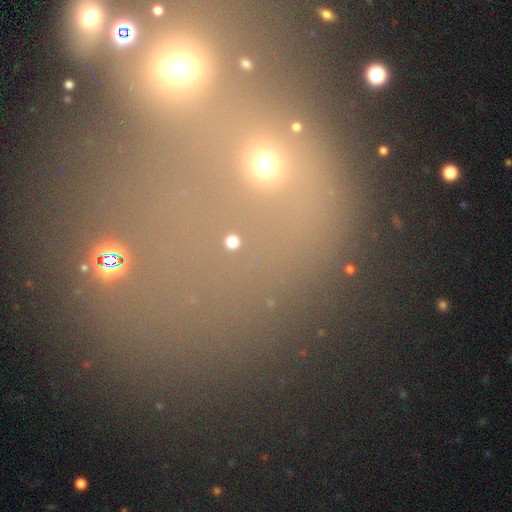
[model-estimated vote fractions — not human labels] The model was most divided on "smooth or featured": star or artifact: 46%, smooth: 38%, featured or disk: 16%.